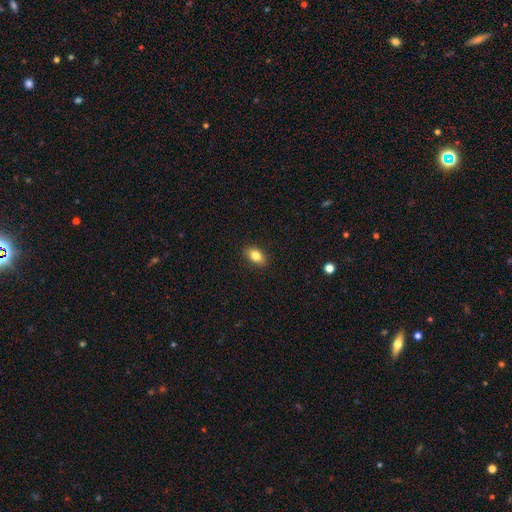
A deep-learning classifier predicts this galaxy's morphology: Smooth or featured?
  - smooth: 82% *
  - featured or disk: 9%
  - star or artifact: 9%
How rounded?
  - in between: 87% *
  - round: 10%
  - cigar-shaped: 3%
Merging?
  - none: 89% *
  - minor disturbance: 9%
  - major disturbance: 2%
  - merger: 1%